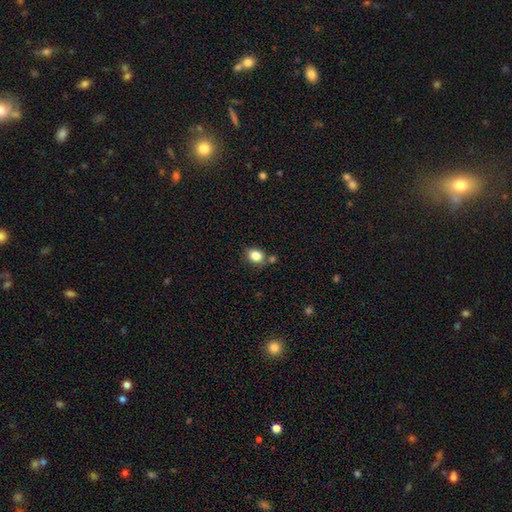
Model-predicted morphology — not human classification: A smooth galaxy with no disk features (83%) that is in between round and cigar-shaped (50%). Merging: none (72%).